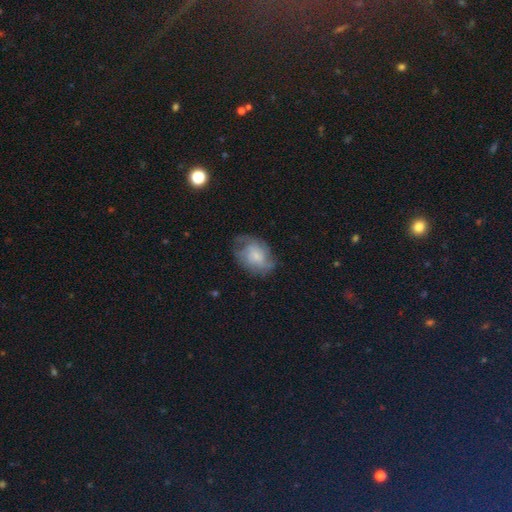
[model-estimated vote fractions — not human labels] smooth-or-featured: featured or disk: 53% | smooth: 39% | star or artifact: 8%
  disk-edge-on: no: 97% | yes: 3%
    bar: no: 73% | weak: 24% | strong: 3%
    has-spiral-arms: yes: 81% | no: 19%
    bulge-size: small: 43% | moderate: 30% | none: 16% | large: 9% | dominant: 2%
  merging: none: 56% | minor disturbance: 27% | major disturbance: 16% | merger: 1%